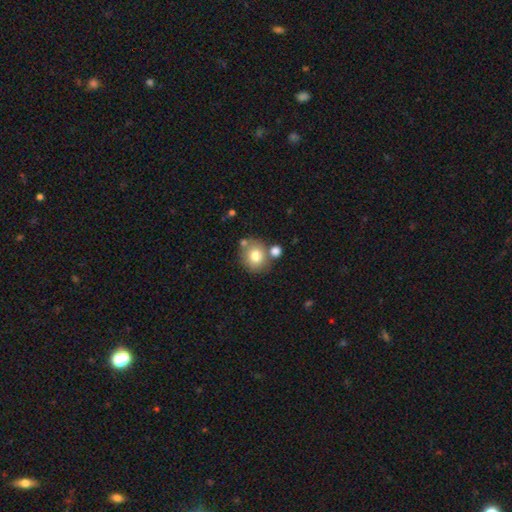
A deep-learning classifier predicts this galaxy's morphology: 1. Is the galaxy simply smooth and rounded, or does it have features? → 76% smooth, 15% featured or disk, 10% star or artifact.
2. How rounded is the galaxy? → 79% round, 21% in between, 1% cigar-shaped.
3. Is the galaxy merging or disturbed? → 64% none, 20% merger, 12% minor disturbance, 4% major disturbance.